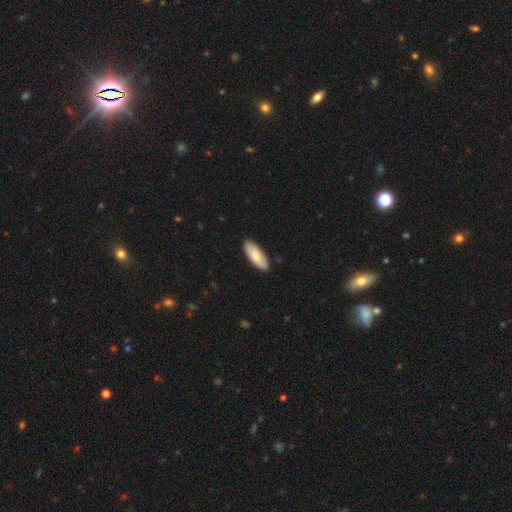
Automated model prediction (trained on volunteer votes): The model was most divided on "how rounded": in between: 74%, cigar-shaped: 25%, round: 2%. More confident: merging — none (88%); smooth or featured — smooth (79%).